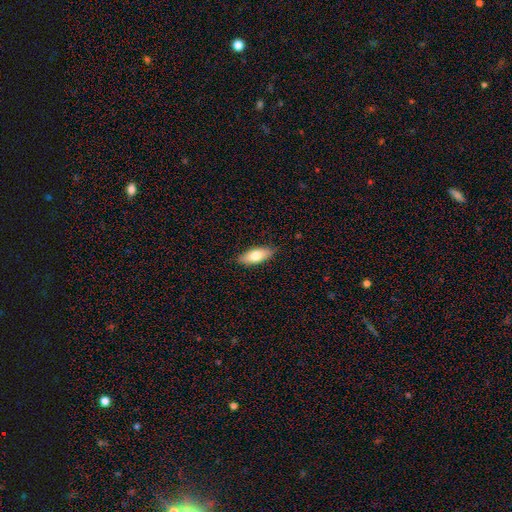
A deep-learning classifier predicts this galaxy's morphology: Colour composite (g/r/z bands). It shows a smooth galaxy with no disk features (74%) that is in between round and cigar-shaped (77%). Merging: none (86%).